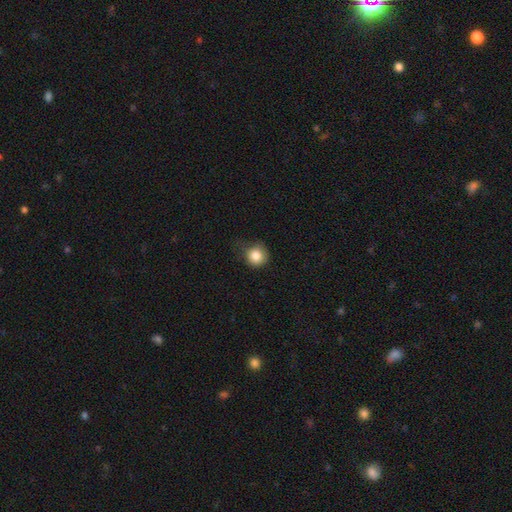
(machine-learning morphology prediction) smooth-or-featured: smooth: 84% | star or artifact: 10% | featured or disk: 6%
  how-rounded: round: 89% | in between: 10% | cigar-shaped: 1%
  merging: none: 60% | minor disturbance: 29% | major disturbance: 9% | merger: 1%